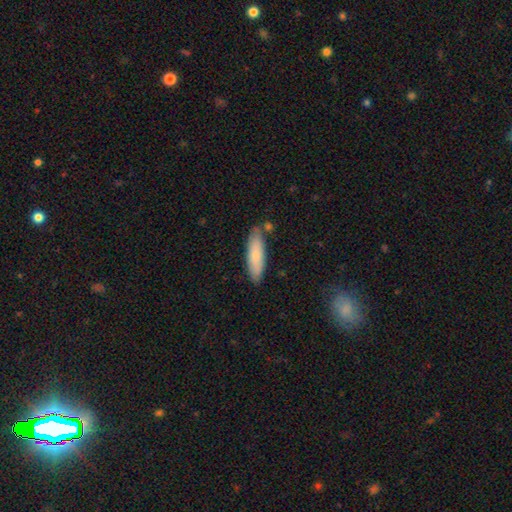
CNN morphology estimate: Q: Smooth or featured?
A: smooth (78%); runner-up: featured or disk (17%)
Q: How rounded?
A: cigar-shaped (59%); runner-up: in between (40%)
Q: Merging?
A: none (78%); runner-up: minor disturbance (14%)